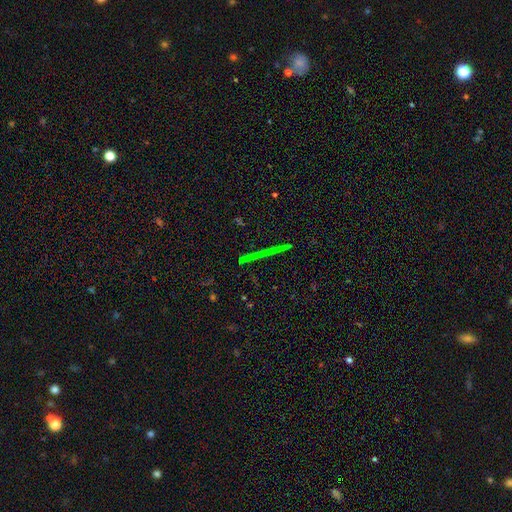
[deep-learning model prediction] A featured or disk galaxy (46%). Merging: none (92%).